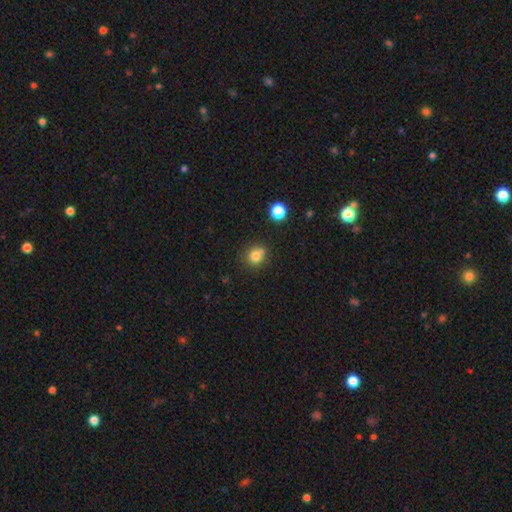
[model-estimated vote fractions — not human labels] The model was most divided on "merging": none: 64%, merger: 19%, minor disturbance: 13%, major disturbance: 4%. More confident: how rounded — round (82%); smooth or featured — smooth (79%).